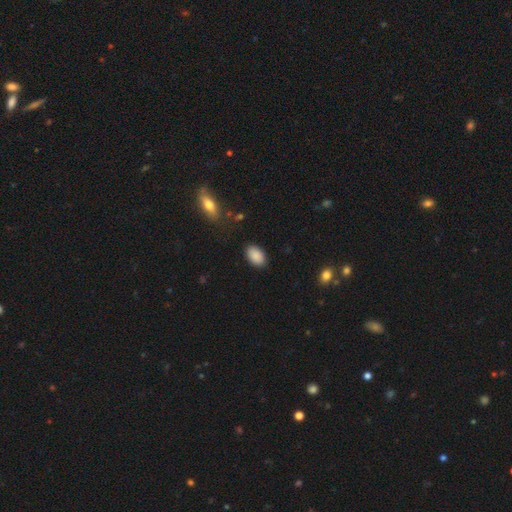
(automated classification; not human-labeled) A smooth galaxy with no disk features (89%) that is in between round and cigar-shaped (93%). Merging: none (88%).